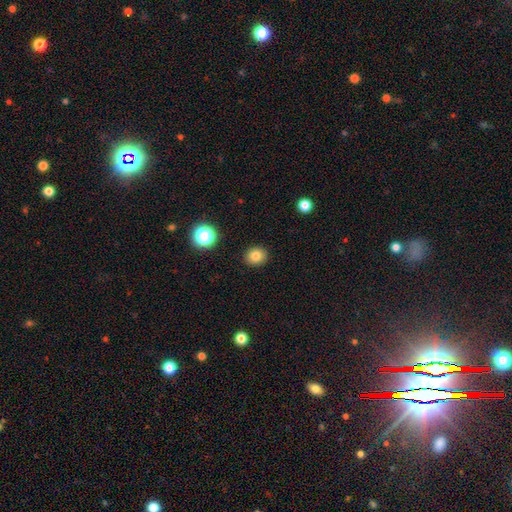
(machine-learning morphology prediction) smooth-or-featured: smooth: 81% | star or artifact: 12% | featured or disk: 7%
  how-rounded: round: 74% | in between: 26% | cigar-shaped: 1%
  merging: none: 91% | minor disturbance: 6% | major disturbance: 2% | merger: 1%